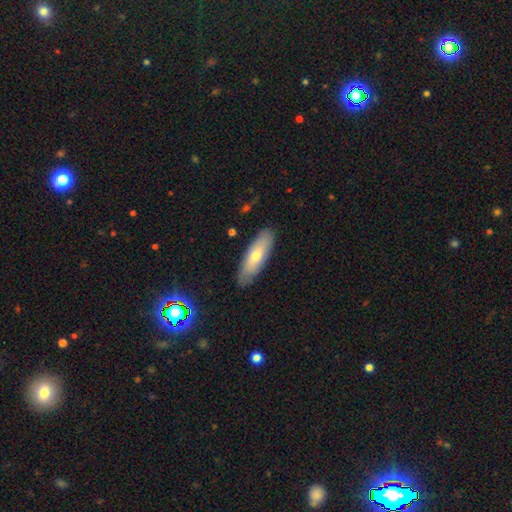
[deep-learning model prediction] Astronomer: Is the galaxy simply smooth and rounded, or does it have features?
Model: smooth — 65%.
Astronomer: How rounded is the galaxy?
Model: in between — 53% (runner-up: cigar-shaped, 45%).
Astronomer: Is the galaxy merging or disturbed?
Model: none — 84%.